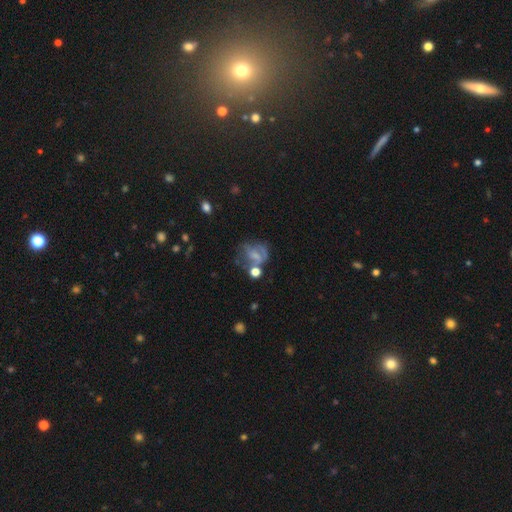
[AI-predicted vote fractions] A featured or disk galaxy (44%). Merging: none (31%, tied with major disturbance).